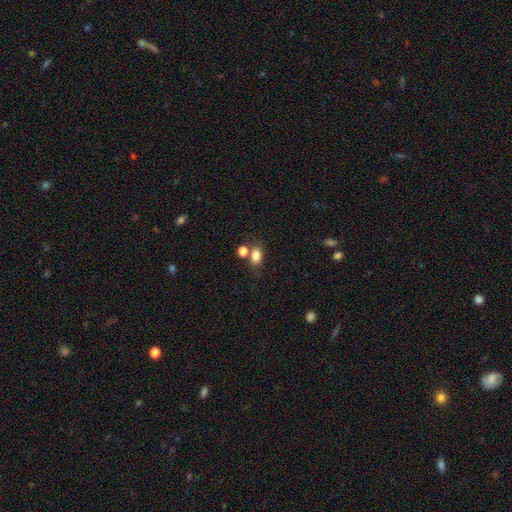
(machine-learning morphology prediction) Smooth or featured? Predicted: smooth (p=0.82). How rounded? Predicted: in between (p=0.77). Merging? Predicted: none (p=0.59).